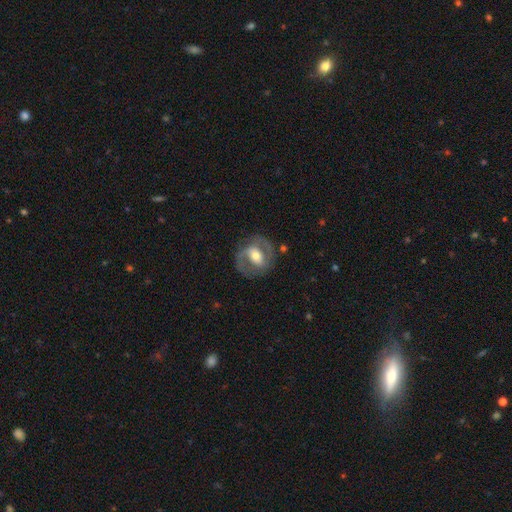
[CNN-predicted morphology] Smooth or featured?
  - featured or disk: 74% *
  - smooth: 20%
  - star or artifact: 6%
Edge-on disk?
  - no: 96% *
  - yes: 4%
Bar?
  - weak: 37% *
  - strong: 36%
  - no: 28%
Spiral arms?
  - yes: 78% *
  - no: 22%
Spiral winding?
  - medium: 51% *
  - tight: 30%
  - loose: 19%
Spiral arm count?
  - 2: 85% *
  - can't tell: 8%
  - 1: 4%
  - 3: 1%
  - 4: 1%
  - more than 4: 1%
Bulge size?
  - moderate: 67% *
  - small: 21%
  - large: 10%
  - dominant: 1%
  - none: 1%
Merging?
  - none: 77% *
  - minor disturbance: 13%
  - major disturbance: 8%
  - merger: 2%